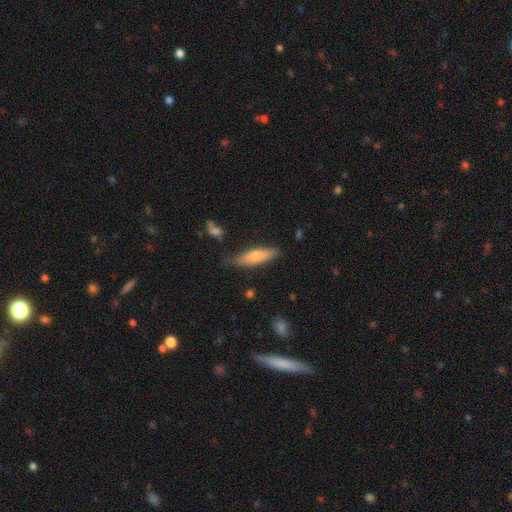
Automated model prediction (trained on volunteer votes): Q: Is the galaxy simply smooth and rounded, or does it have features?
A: smooth — 63%.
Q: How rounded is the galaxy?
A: cigar-shaped — 70%.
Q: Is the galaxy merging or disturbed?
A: none — 78%.